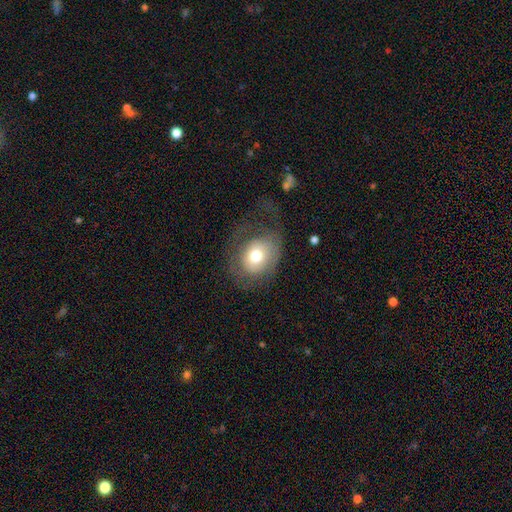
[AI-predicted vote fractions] Smooth or featured? Predicted: smooth (p=0.62). How rounded? Predicted: round (p=0.51). Merging? Predicted: none (p=0.44).